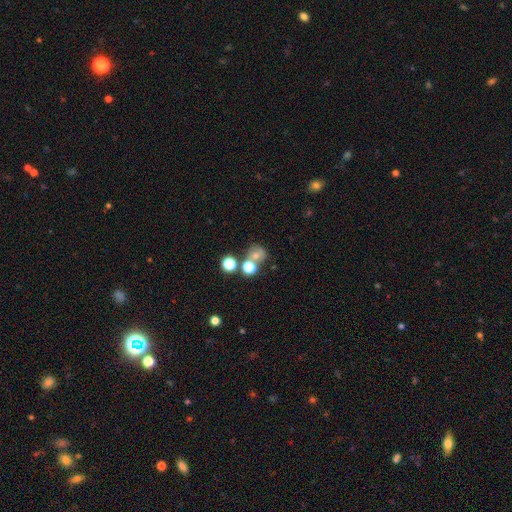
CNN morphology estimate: type=smooth (61%); roundness=round (75%); merging=none (42%).